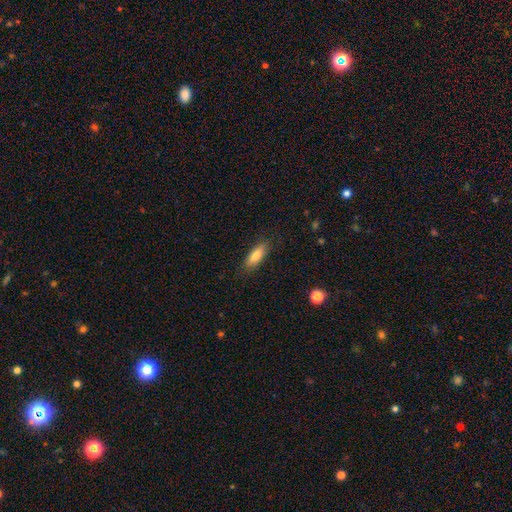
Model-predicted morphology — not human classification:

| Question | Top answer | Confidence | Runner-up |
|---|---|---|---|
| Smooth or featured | smooth | 78% | featured or disk (15%) |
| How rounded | in between | 62% | cigar-shaped (36%) |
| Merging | none | 84% | minor disturbance (12%) |